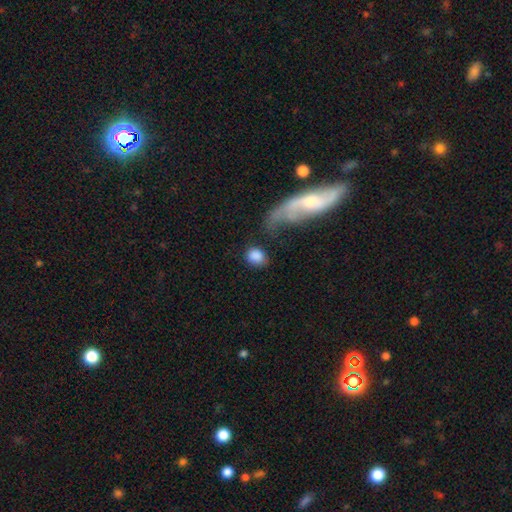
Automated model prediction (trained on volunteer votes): Q: Smooth or featured?
A: smooth (85%); runner-up: featured or disk (8%)
Q: How rounded?
A: round (61%); runner-up: in between (37%)
Q: Merging?
A: none (65%); runner-up: minor disturbance (15%)